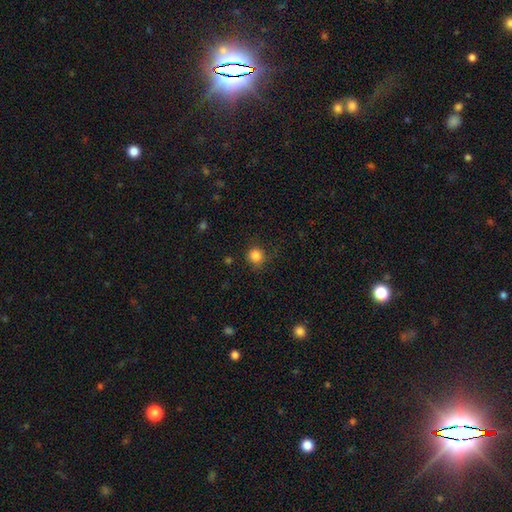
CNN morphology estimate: smooth_or_featured: smooth (p=0.84) [alt: star or artifact p=0.12]
how_rounded: round (p=0.92) [alt: in between p=0.07]
merging: none (p=0.82) [alt: minor disturbance p=0.12]